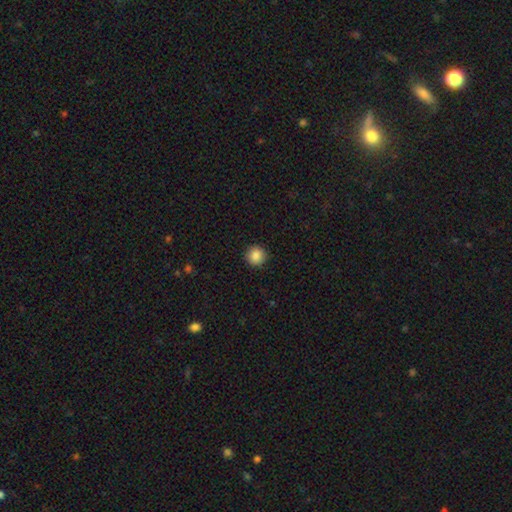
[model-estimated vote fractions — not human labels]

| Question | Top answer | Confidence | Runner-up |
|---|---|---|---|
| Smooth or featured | smooth | 87% | star or artifact (9%) |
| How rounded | round | 95% | in between (4%) |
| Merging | none | 93% | minor disturbance (5%) |